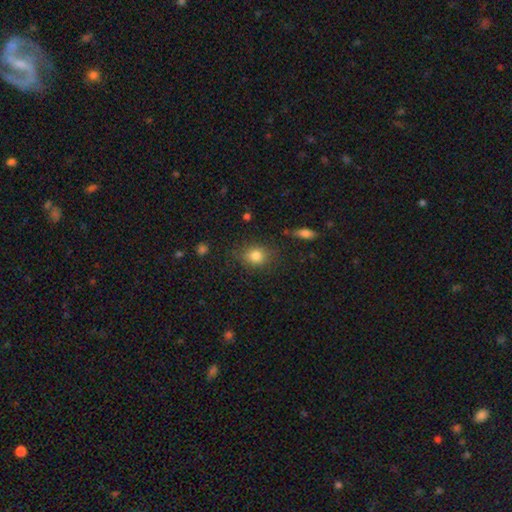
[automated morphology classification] Smooth or featured? smooth (82%)
How rounded? round (62%)
Merging? none (78%)